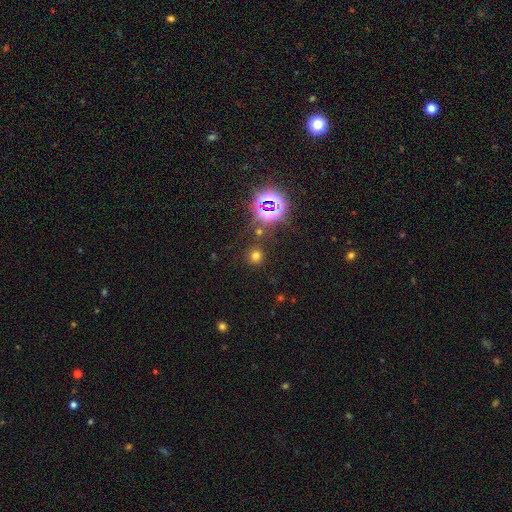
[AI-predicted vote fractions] A smooth galaxy with no disk features (62%) that is round (91%).

Vote fractions:
- Smooth or featured? smooth: 62% / star or artifact: 31% / featured or disk: 7%
- How rounded? round: 91% / in between: 8% / cigar-shaped: 1%
- Merging? none: 83% / minor disturbance: 8% / merger: 5% / major disturbance: 4%